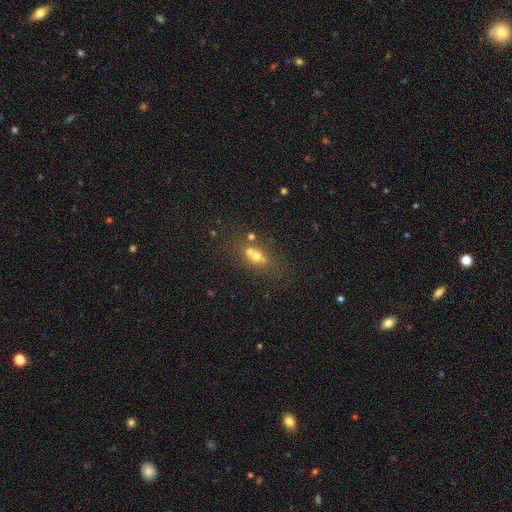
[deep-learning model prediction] Smooth or featured: smooth — 54% (featured or disk — 28%)
How rounded: round — 47% (in between — 46%)
Merging: merger — 48% (none — 38%)